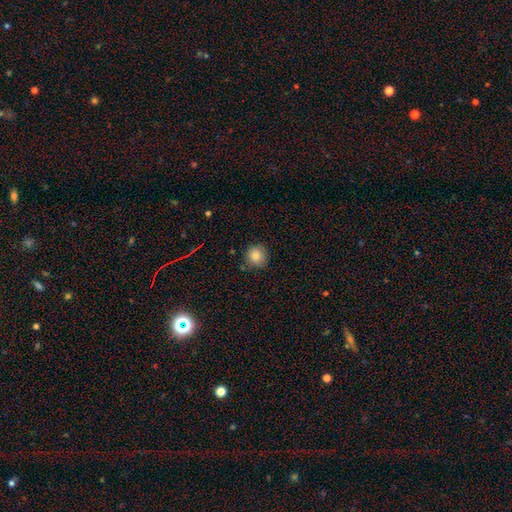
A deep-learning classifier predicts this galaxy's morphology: A smooth galaxy with no disk features (84%) that is round (89%).

Vote fractions:
- Smooth or featured? smooth: 84% / star or artifact: 10% / featured or disk: 6%
- How rounded? round: 89% / in between: 10% / cigar-shaped: 1%
- Merging? none: 79% / minor disturbance: 16% / major disturbance: 3% / merger: 2%